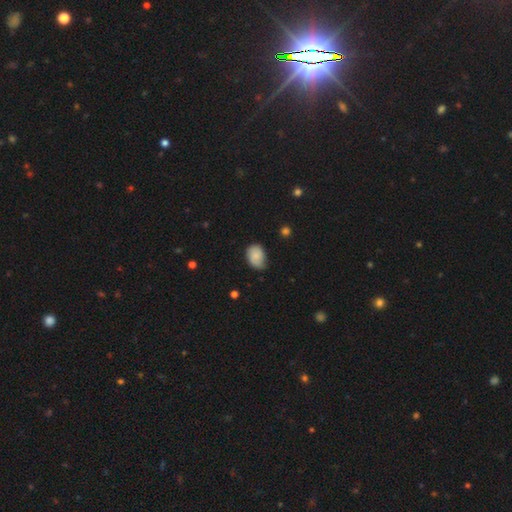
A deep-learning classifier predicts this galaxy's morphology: Overall: smooth (80%). How rounded: in between (71%). Merging: none (54%; minor disturbance 37%).